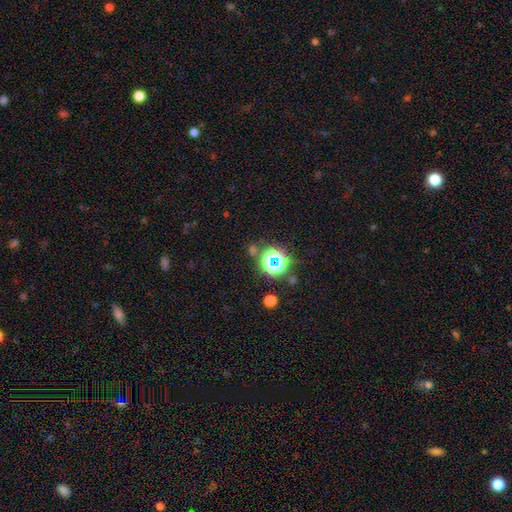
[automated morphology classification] Q: Smooth or featured?
A: star or artifact (72%); runner-up: smooth (19%)